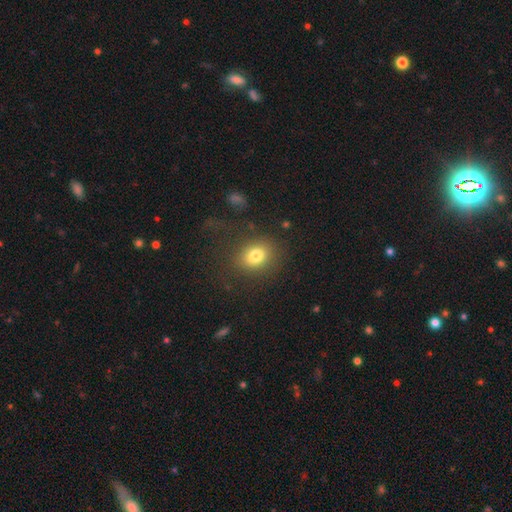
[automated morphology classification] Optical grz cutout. It shows a smooth galaxy with no disk features (78%) that is round (53%). Merging: none (73%).